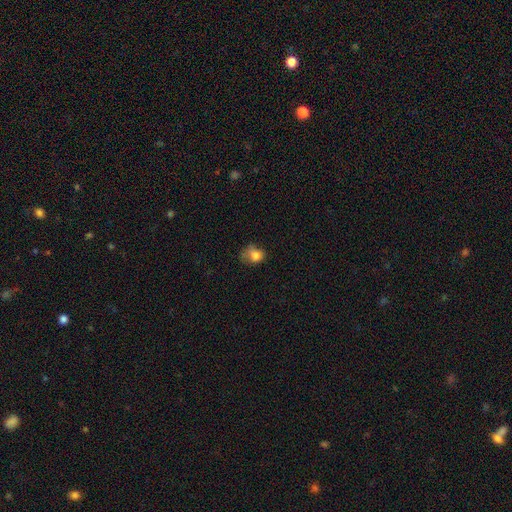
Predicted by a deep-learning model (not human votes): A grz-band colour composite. It shows a smooth galaxy with no disk features (76%) that is in between round and cigar-shaped (50%). Merging: none (35%, tied with minor disturbance).